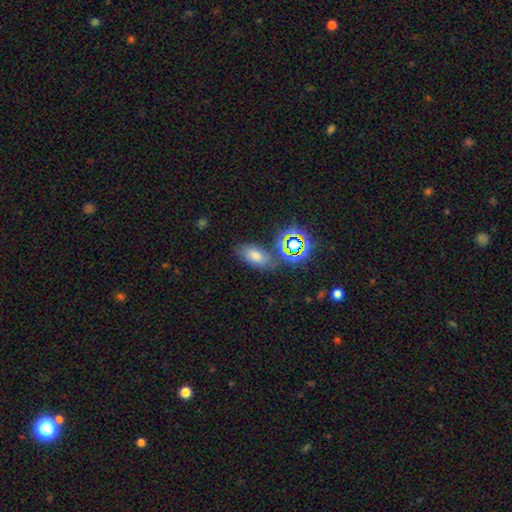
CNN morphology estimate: The model was most divided on "smooth or featured": smooth: 63%, star or artifact: 25%, featured or disk: 12%. More confident: how rounded — in between (84%); merging — none (74%).